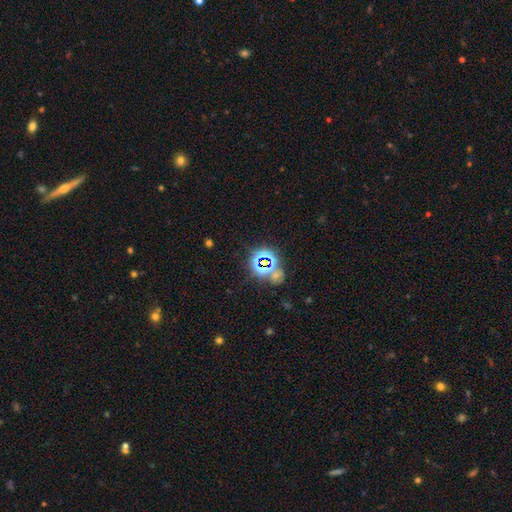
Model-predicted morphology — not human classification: A star or artifact, not a galaxy (75%).